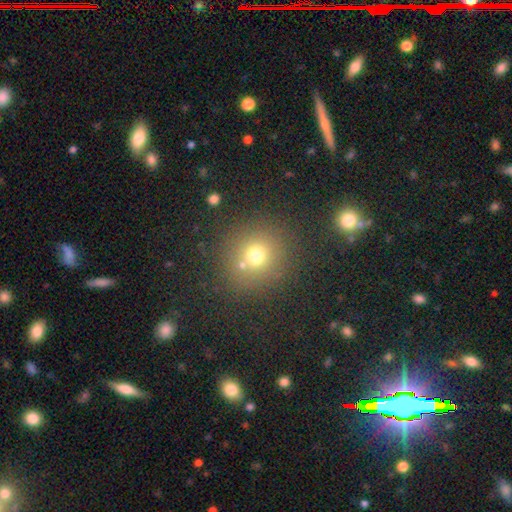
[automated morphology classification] The model was most divided on "smooth or featured": smooth: 69%, star or artifact: 21%, featured or disk: 10%. More confident: how rounded — round (91%); merging — none (77%).